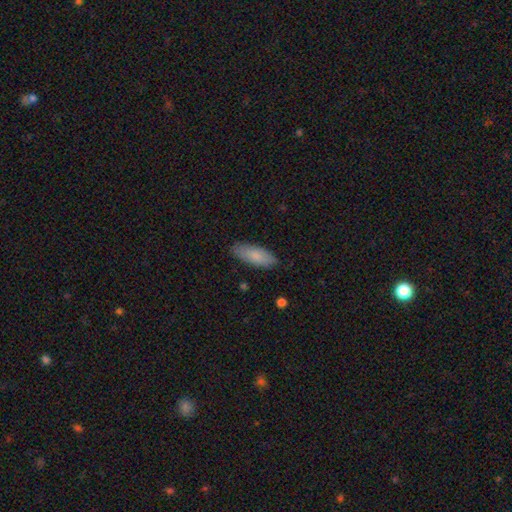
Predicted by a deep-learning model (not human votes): smooth 84%, featured or disk 11%, star or artifact 6%. Down the decision tree: how rounded — in between (71%); merging — none (85%).